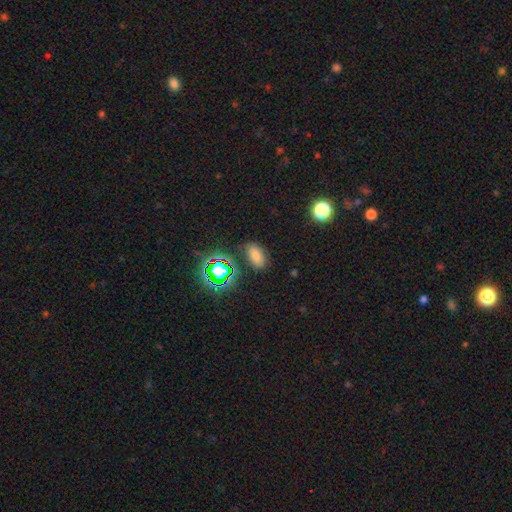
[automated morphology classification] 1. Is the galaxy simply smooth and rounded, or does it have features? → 68% smooth, 24% star or artifact, 8% featured or disk.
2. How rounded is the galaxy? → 90% in between, 7% round, 3% cigar-shaped.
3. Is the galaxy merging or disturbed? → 81% none, 12% minor disturbance, 4% major disturbance, 3% merger.